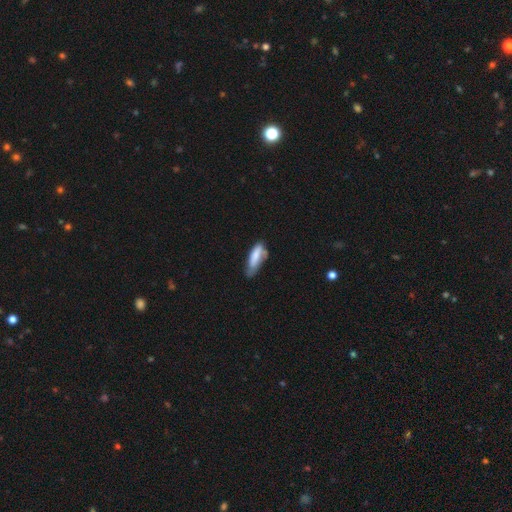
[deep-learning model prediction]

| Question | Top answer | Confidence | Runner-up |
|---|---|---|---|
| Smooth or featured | smooth | 72% | featured or disk (21%) |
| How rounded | in between | 57% | cigar-shaped (42%) |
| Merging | minor disturbance | 40% | none (37%) |